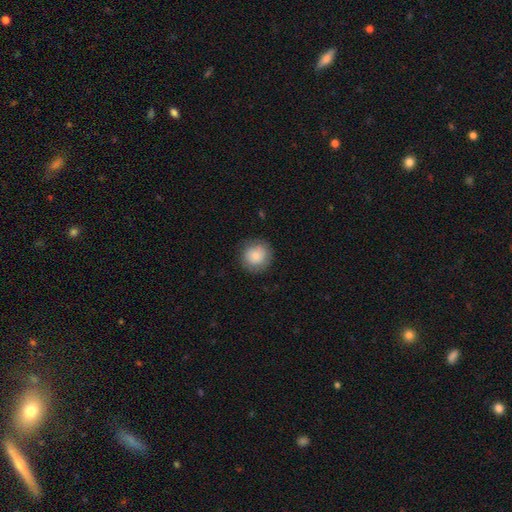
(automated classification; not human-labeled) Overall: smooth (82%). How rounded: round (92%). Merging: none (85%).